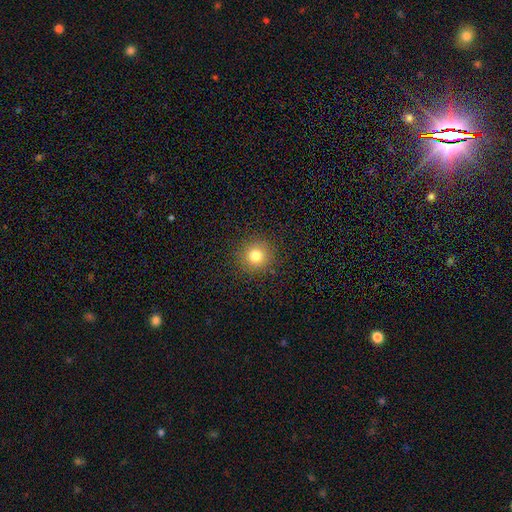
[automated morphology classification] This is likely a smooth galaxy (79%). How rounded: clearly round (94%). Merging: clearly none (91%).